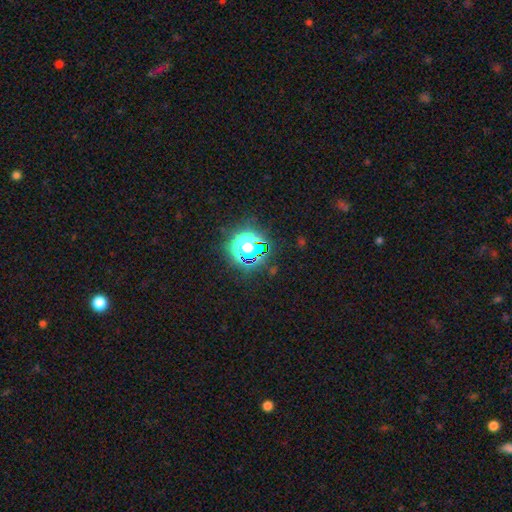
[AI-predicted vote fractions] smooth_or_featured: star or artifact (p=0.67) [alt: smooth p=0.24]